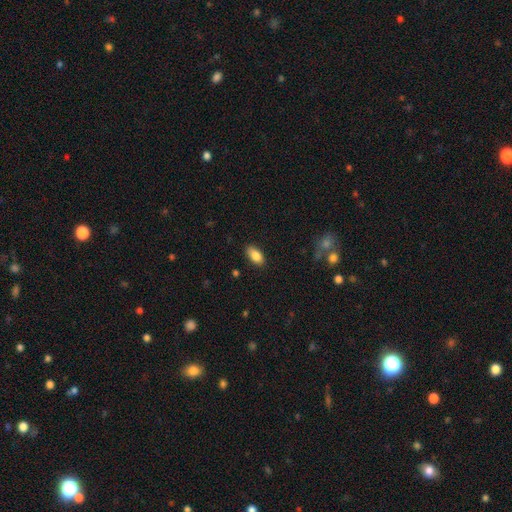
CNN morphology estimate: This is clearly a smooth galaxy (86%). How rounded: clearly in between (92%). Merging: clearly none (86%).